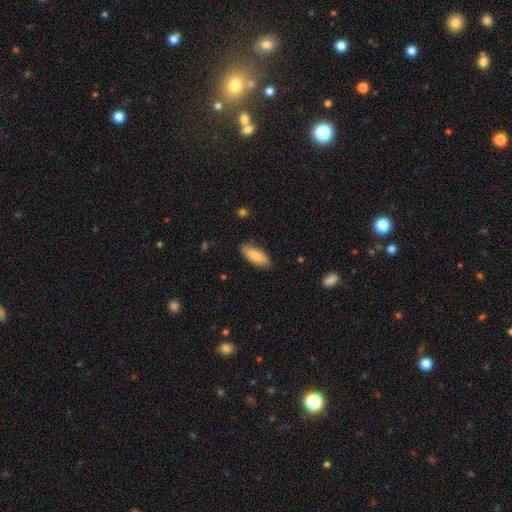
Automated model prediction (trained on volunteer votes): Smooth or featured? Predicted: smooth (p=0.79). How rounded? Predicted: in between (p=0.75). Merging? Predicted: none (p=0.83).